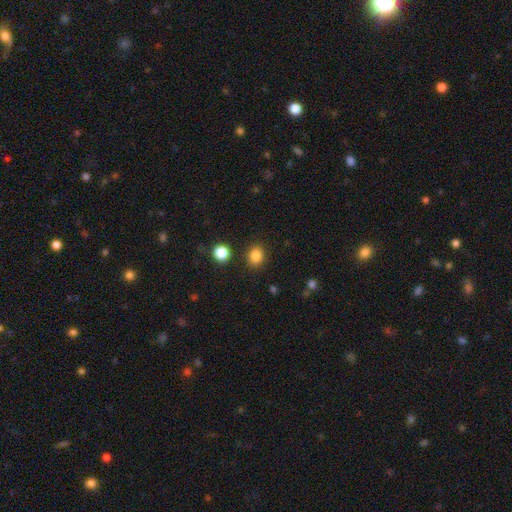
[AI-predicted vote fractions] Smooth or featured: smooth — 84% (star or artifact — 11%)
How rounded: round — 61% (in between — 38%)
Merging: none — 87% (minor disturbance — 8%)